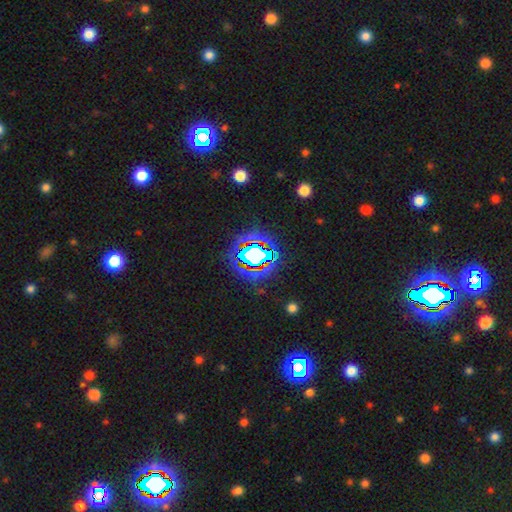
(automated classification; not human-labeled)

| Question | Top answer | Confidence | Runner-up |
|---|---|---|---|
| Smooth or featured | star or artifact | 76% | smooth (14%) |